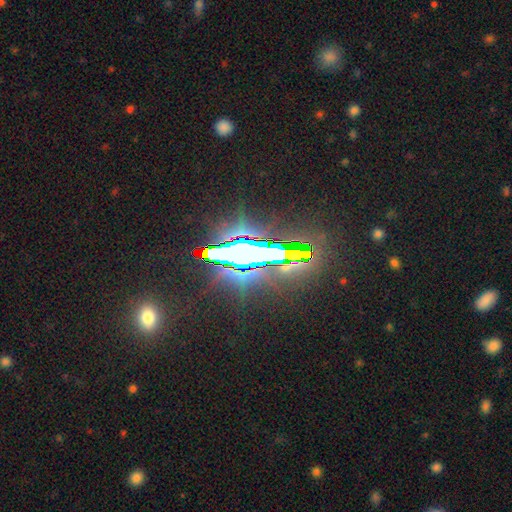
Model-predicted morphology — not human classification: This appears to be a star or artifact, not a galaxy (79%).